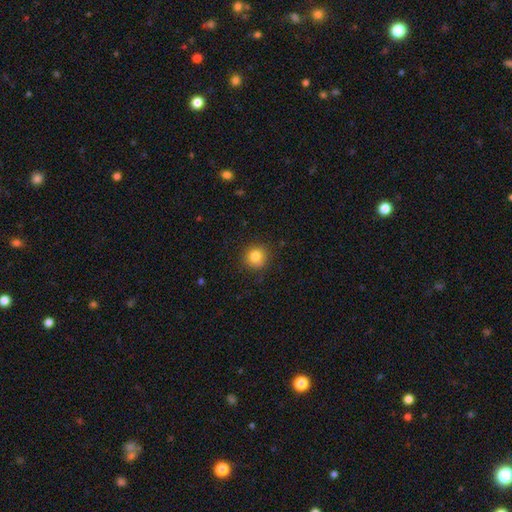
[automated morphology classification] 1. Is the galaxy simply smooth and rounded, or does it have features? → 83% smooth, 11% star or artifact, 6% featured or disk.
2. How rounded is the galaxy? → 91% round, 8% in between, 1% cigar-shaped.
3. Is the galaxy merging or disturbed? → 87% none, 9% minor disturbance, 2% major disturbance, 1% merger.